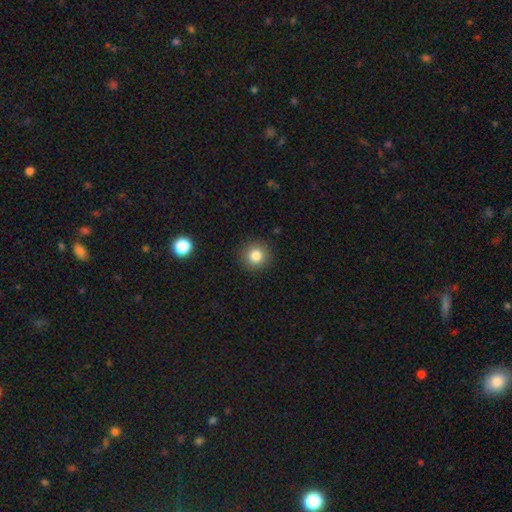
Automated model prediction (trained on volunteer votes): A smooth galaxy with no disk features (82%) that is round (94%). Merging: none (91%).